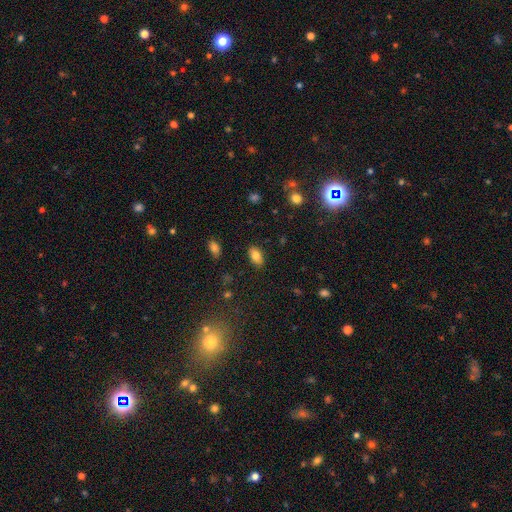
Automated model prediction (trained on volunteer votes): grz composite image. It shows a smooth galaxy with no disk features (82%) that is in between round and cigar-shaped (91%). Merging: none (86%).